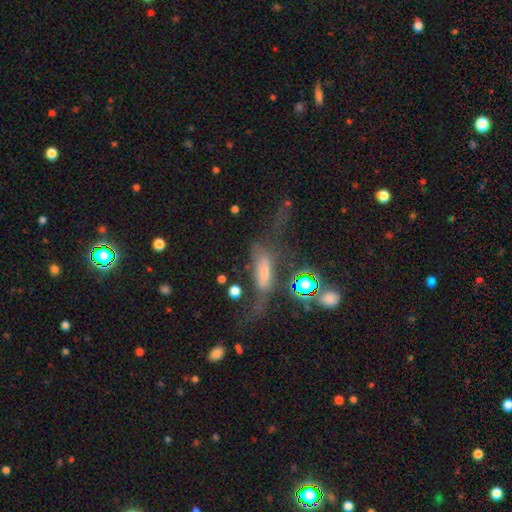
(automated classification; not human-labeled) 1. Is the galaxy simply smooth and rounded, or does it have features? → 53% featured or disk, 25% star or artifact, 22% smooth.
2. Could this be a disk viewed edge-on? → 62% no, 38% yes.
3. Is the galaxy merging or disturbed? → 43% none, 28% major disturbance, 18% minor disturbance, 11% merger.